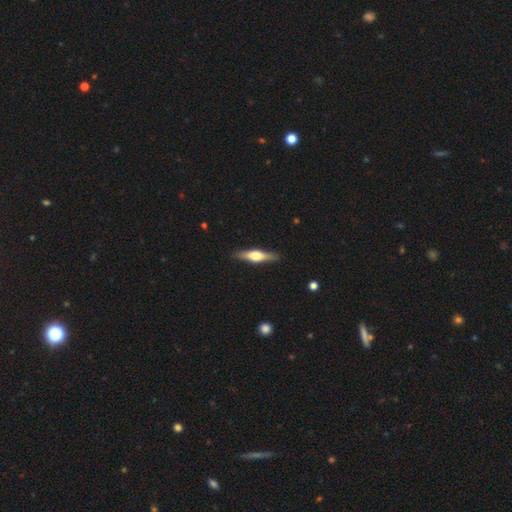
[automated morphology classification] Smooth or featured: featured or disk — 64% (smooth — 31%)
Edge-on disk: yes — 97% (no — 3%)
Edge-on bulge: rounded — 91% (boxy — 6%)
Merging: none — 90% (minor disturbance — 8%)